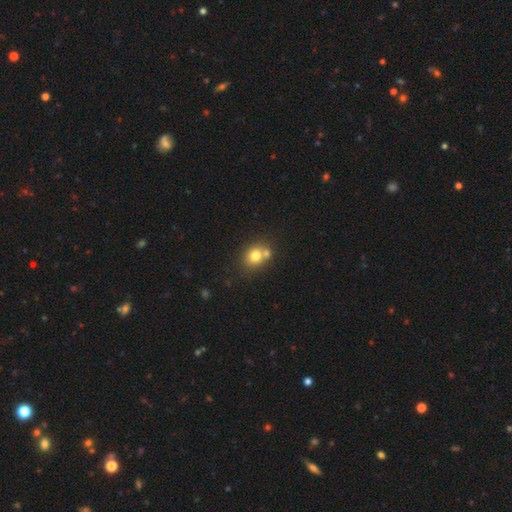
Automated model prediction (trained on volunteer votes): Smooth or featured?
  - smooth: 76% *
  - featured or disk: 13%
  - star or artifact: 12%
How rounded?
  - round: 71% *
  - in between: 28%
  - cigar-shaped: 1%
Merging?
  - none: 52% *
  - merger: 34%
  - minor disturbance: 10%
  - major disturbance: 3%